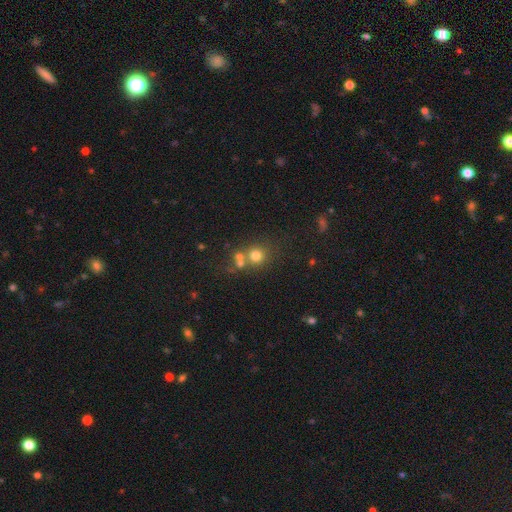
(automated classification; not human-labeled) Morphology: type=smooth (71%); roundness=round (89%); merging=none (56%).